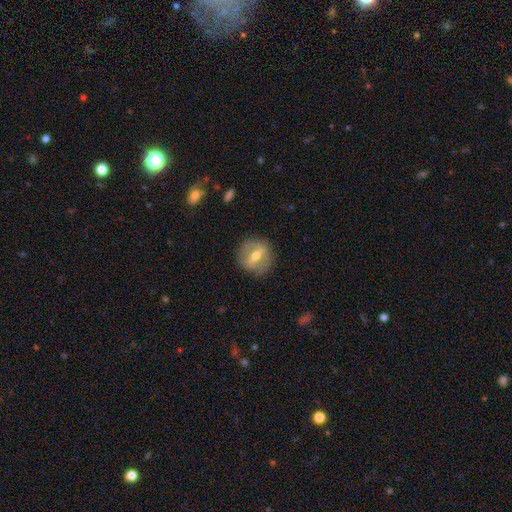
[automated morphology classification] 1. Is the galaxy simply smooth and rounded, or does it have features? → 63% featured or disk, 30% smooth, 7% star or artifact.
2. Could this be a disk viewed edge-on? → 81% no, 19% yes.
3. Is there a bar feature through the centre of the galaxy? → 56% strong, 31% weak, 13% no.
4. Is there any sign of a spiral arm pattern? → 75% no, 25% yes.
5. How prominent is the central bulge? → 73% moderate, 19% small, 6% large, 1% none, 1% dominant.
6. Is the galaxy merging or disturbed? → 83% none, 12% minor disturbance, 4% major disturbance, 1% merger.